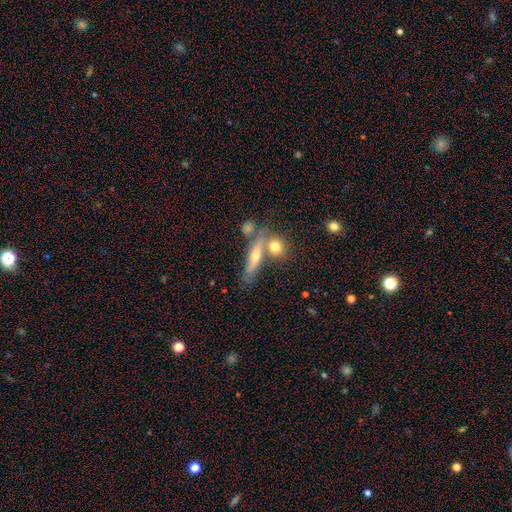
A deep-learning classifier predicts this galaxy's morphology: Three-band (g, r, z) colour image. It shows a featured or disk galaxy (53%) viewed edge-on (76%). Merging: none (56%).